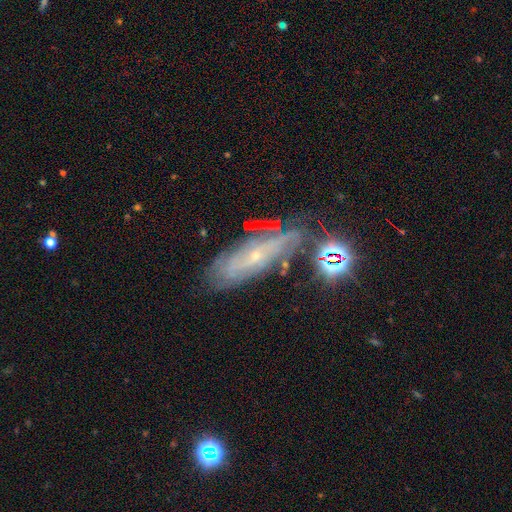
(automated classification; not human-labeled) smooth_or_featured: featured or disk (p=0.71) [alt: smooth p=0.15]
disk_edge_on: no (p=0.80) [alt: yes p=0.20]
bar: no (p=0.65) [alt: weak p=0.24]
has_spiral_arms: yes (p=0.81) [alt: no p=0.19]
bulge_size: small (p=0.81) [alt: moderate p=0.15]
merging: none (p=0.63) [alt: minor disturbance p=0.21]